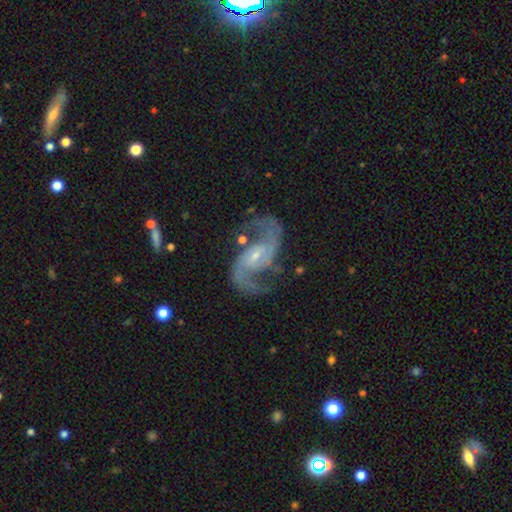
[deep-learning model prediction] This appears to be a featured or disk galaxy (91%) with a weak bar (43%), 2 (93%) medium (49%) spiral arms (98%) and a small central bulge (70%). Merging: none (74%).